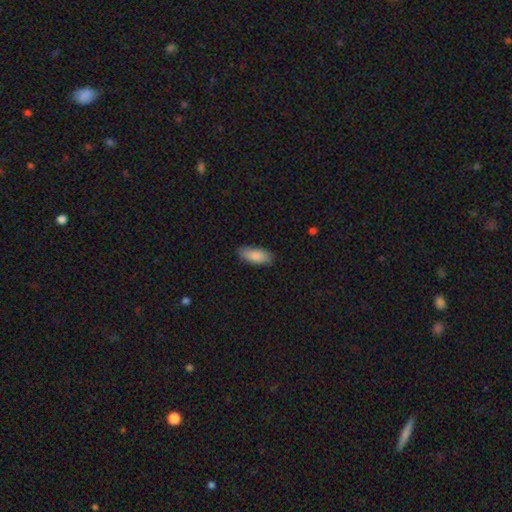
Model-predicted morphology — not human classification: A smooth galaxy with no disk features (87%) that is in between round and cigar-shaped (81%).

Vote fractions:
- Smooth or featured? smooth: 87% / featured or disk: 7% / star or artifact: 6%
- How rounded? in between: 81% / cigar-shaped: 17% / round: 2%
- Merging? none: 85% / minor disturbance: 12% / major disturbance: 2% / merger: 1%